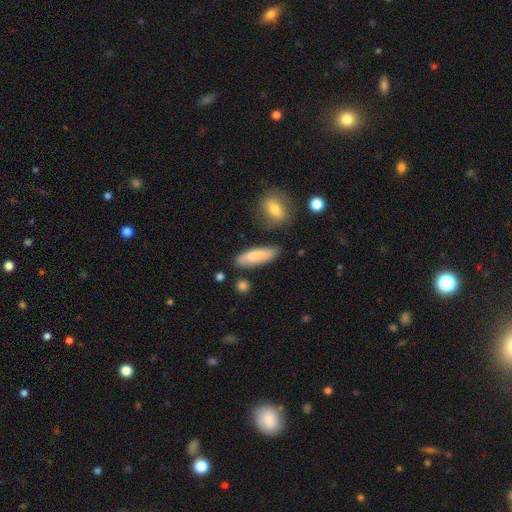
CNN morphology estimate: smooth 77%, featured or disk 17%, star or artifact 6%. Down the decision tree: how rounded — cigar-shaped (49%); merging — none (77%).